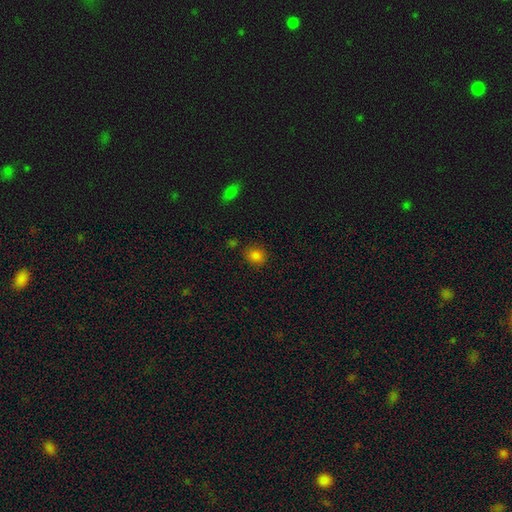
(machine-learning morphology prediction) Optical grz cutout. It shows a smooth galaxy with no disk features (83%) that is round (73%). Merging: none (83%).